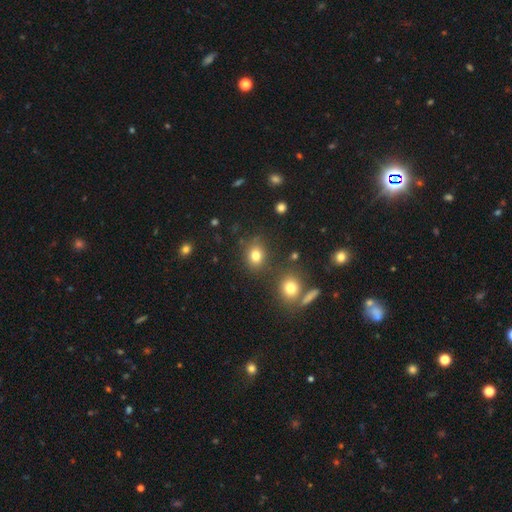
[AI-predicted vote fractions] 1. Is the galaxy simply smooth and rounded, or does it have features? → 78% smooth, 15% star or artifact, 7% featured or disk.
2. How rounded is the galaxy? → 58% round, 41% in between, 1% cigar-shaped.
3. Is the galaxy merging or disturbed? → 76% none, 12% minor disturbance, 7% merger, 4% major disturbance.